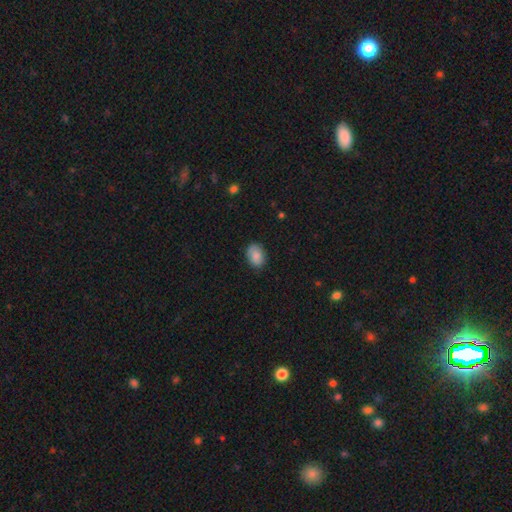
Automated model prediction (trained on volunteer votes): Smooth or featured?
  - smooth: 86% *
  - star or artifact: 7%
  - featured or disk: 6%
How rounded?
  - in between: 77% *
  - round: 22%
  - cigar-shaped: 1%
Merging?
  - none: 82% *
  - minor disturbance: 15%
  - major disturbance: 3%
  - merger: 1%